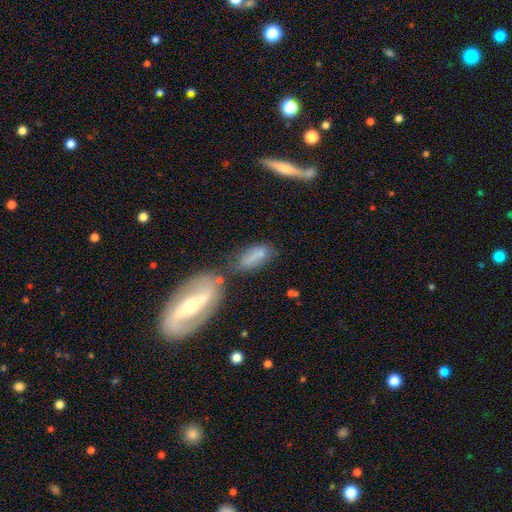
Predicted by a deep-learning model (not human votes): Smooth or featured: smooth — 66% (featured or disk — 21%)
How rounded: in between — 73% (cigar-shaped — 22%)
Merging: none — 40% (merger — 25%)